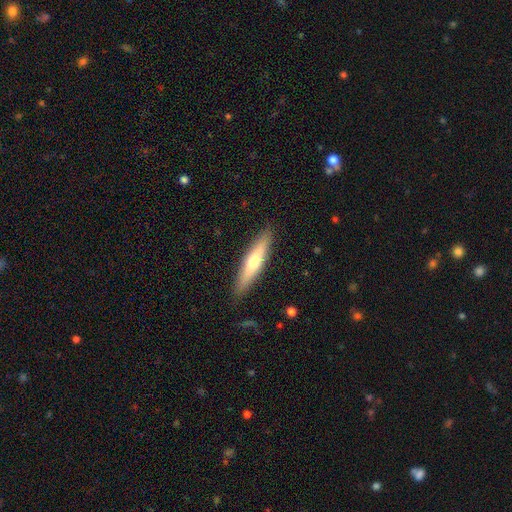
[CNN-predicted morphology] smooth-or-featured: smooth: 54% | featured or disk: 41% | star or artifact: 6%
  how-rounded: cigar-shaped: 84% | in between: 14% | round: 1%
  merging: none: 89% | minor disturbance: 8% | major disturbance: 2% | merger: 1%